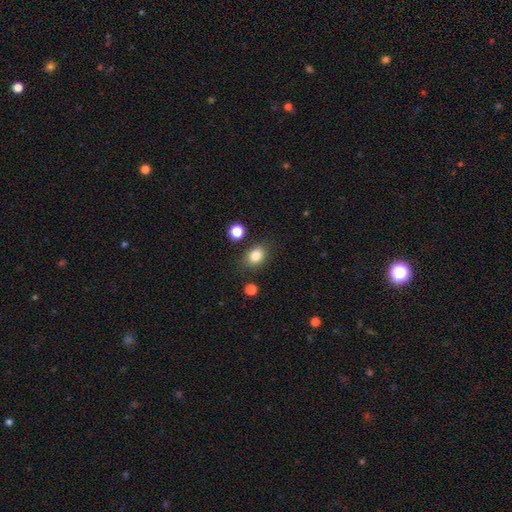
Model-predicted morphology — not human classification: Smooth or featured? Predicted: smooth (p=0.83). How rounded? Predicted: in between (p=0.56). Merging? Predicted: none (p=0.80).